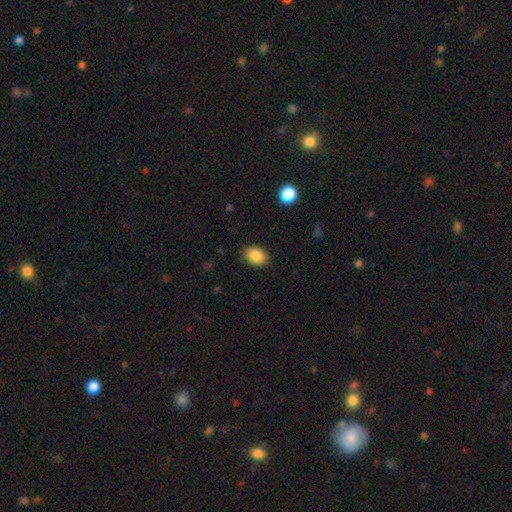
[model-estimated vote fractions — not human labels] Morphology: type=smooth (88%); roundness=in between (78%); merging=none (86%).